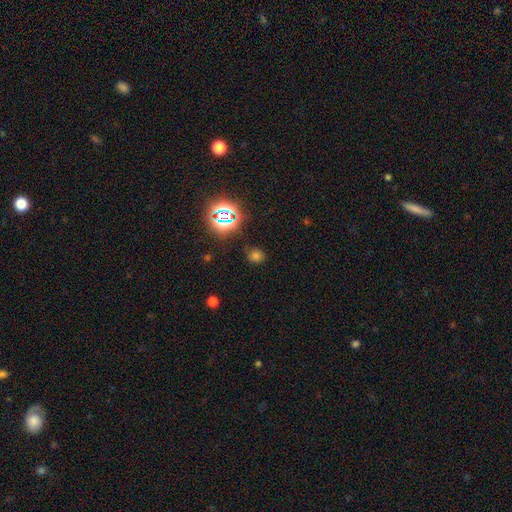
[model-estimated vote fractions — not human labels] The model was most divided on "smooth or featured": smooth: 61%, star or artifact: 32%, featured or disk: 6%. More confident: merging — none (81%); how rounded — round (76%).